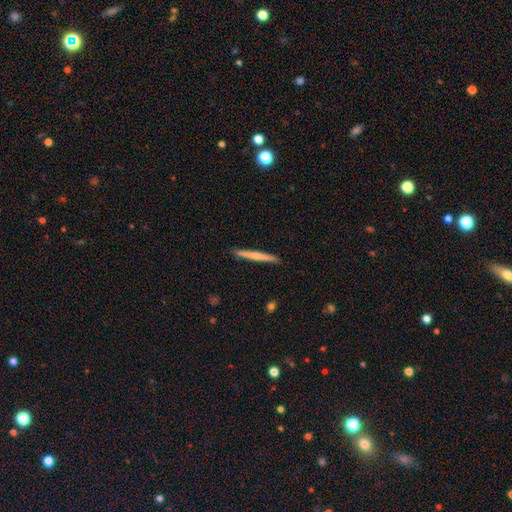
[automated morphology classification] A smooth galaxy with no disk features (56%) that is cigar-shaped (97%). Merging: none (91%).